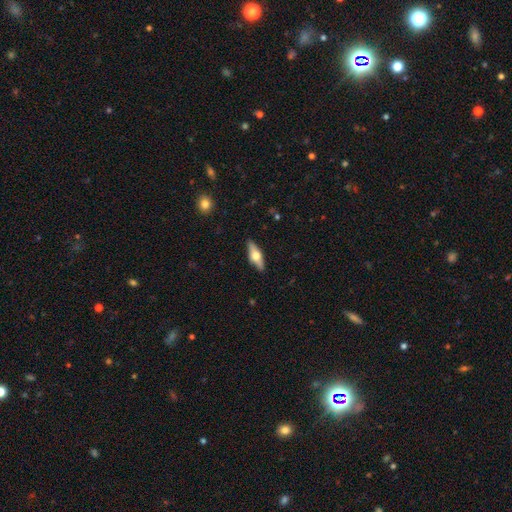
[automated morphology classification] smooth-or-featured: featured or disk: 54% | smooth: 40% | star or artifact: 6%
  disk-edge-on: yes: 92% | no: 8%
  merging: none: 89% | minor disturbance: 8% | major disturbance: 2% | merger: 1%